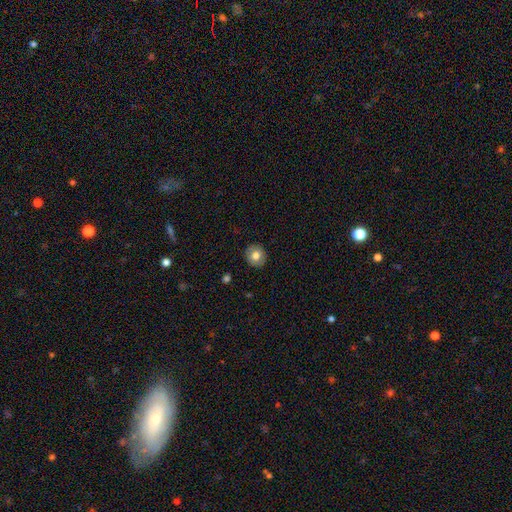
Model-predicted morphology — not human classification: The model was most divided on "smooth or featured": smooth: 77%, featured or disk: 15%, star or artifact: 8%. More confident: merging — none (91%); how rounded — round (88%).